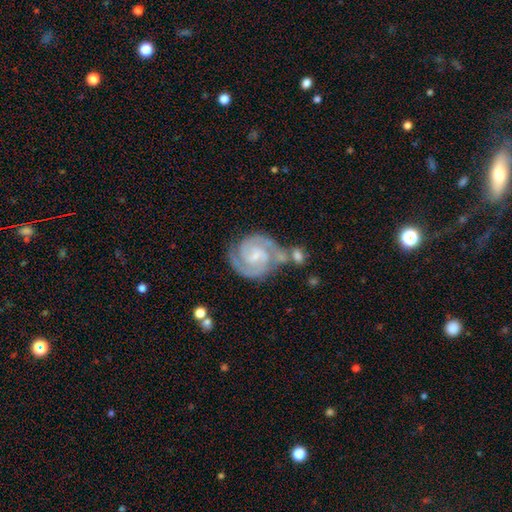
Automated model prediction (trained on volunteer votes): A featured or disk galaxy (89%) with a weak bar (51%), 2 (84%) tight (61%) spiral arms (98%) and a small central bulge (59%).

Vote fractions:
- Smooth or featured? featured or disk: 89% / smooth: 6% / star or artifact: 5%
- Edge-on disk? no: 98% / yes: 2%
- Bar? weak: 51% / no: 35% / strong: 15%
- Spiral arms? yes: 98% / no: 2%
- Spiral winding? tight: 61% / medium: 35% / loose: 5%
- Spiral arm count? 2: 84% / 3: 7% / can't tell: 5% / 1: 2% / 4: 1% / more than 4: 1%
- Bulge size? small: 59% / moderate: 24% / none: 14% / large: 2% / dominant: 1%
- Merging? none: 55% / merger: 21% / minor disturbance: 17% / major disturbance: 7%